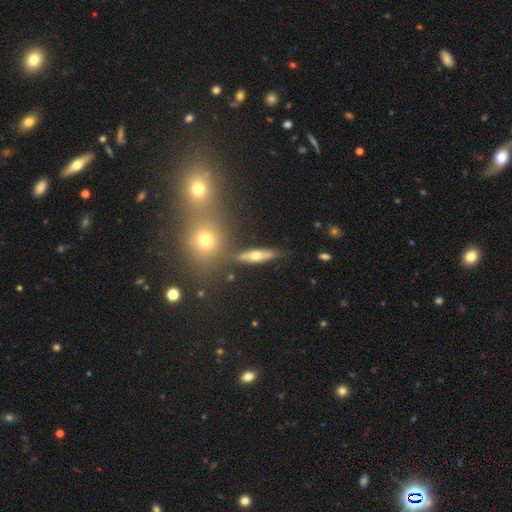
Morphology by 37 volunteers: A featured or disk galaxy (54%) viewed edge-on (65%) with a rounded central bulge (100%). Merging: none (92%).